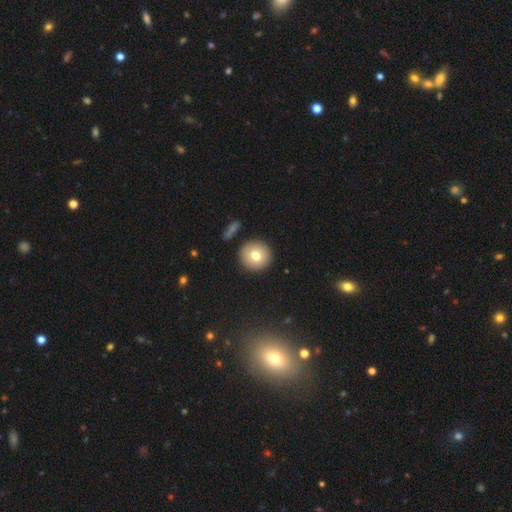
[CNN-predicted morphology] This appears to be a smooth galaxy with no disk features (74%) that is round (93%). Merging: none (89%).